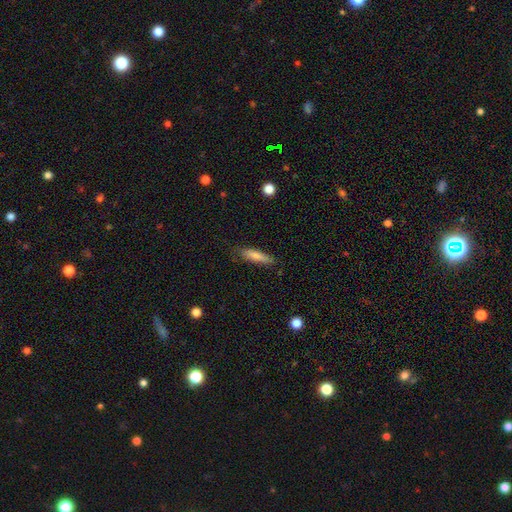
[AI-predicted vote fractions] Smooth or featured? smooth (68%)
How rounded? cigar-shaped (82%)
Merging? none (83%)